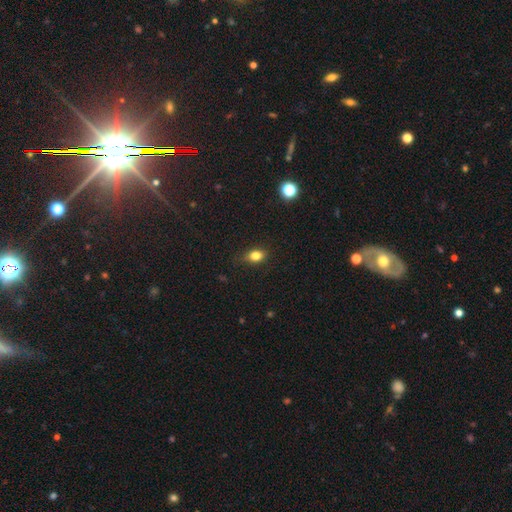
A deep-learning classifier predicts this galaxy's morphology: smooth-or-featured: smooth: 80% | star or artifact: 11% | featured or disk: 9%
  how-rounded: in between: 72% | round: 25% | cigar-shaped: 4%
  merging: none: 78% | minor disturbance: 18% | major disturbance: 4% | merger: 1%